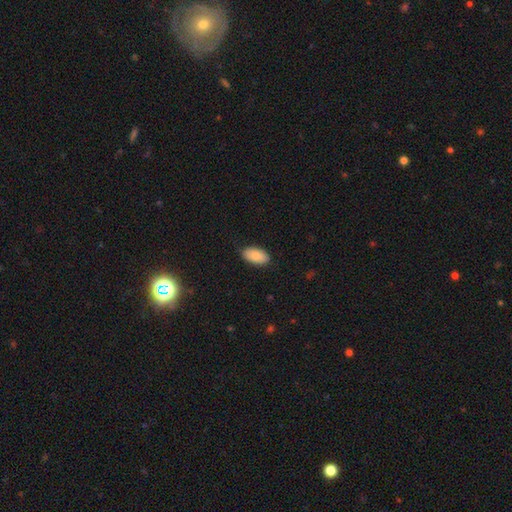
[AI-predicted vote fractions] Smooth or featured? Predicted: smooth (p=0.89). How rounded? Predicted: in between (p=0.95). Merging? Predicted: none (p=0.86).